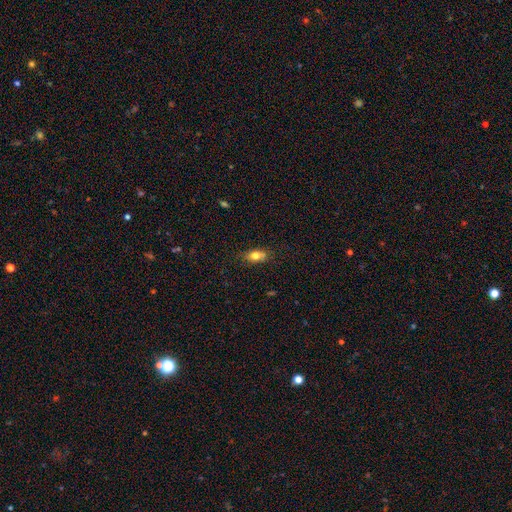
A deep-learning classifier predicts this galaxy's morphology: Smooth or featured?
  - smooth: 75% *
  - featured or disk: 15%
  - star or artifact: 10%
How rounded?
  - in between: 80% *
  - round: 12%
  - cigar-shaped: 8%
Merging?
  - none: 73% *
  - minor disturbance: 19%
  - merger: 4%
  - major disturbance: 4%